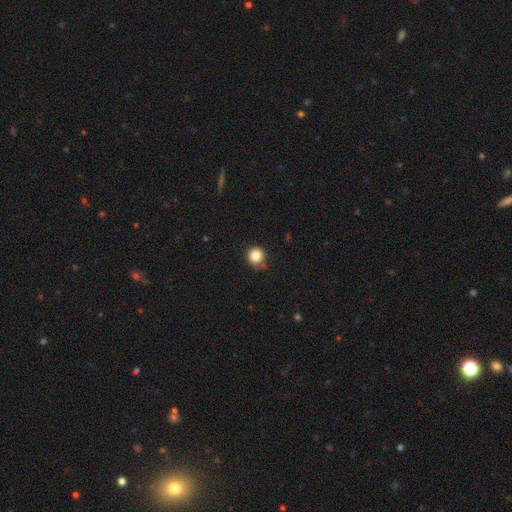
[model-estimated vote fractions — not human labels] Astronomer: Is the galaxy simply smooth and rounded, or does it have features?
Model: smooth — 84%.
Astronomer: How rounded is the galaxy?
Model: round — 94%.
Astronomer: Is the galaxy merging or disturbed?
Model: none — 85%.